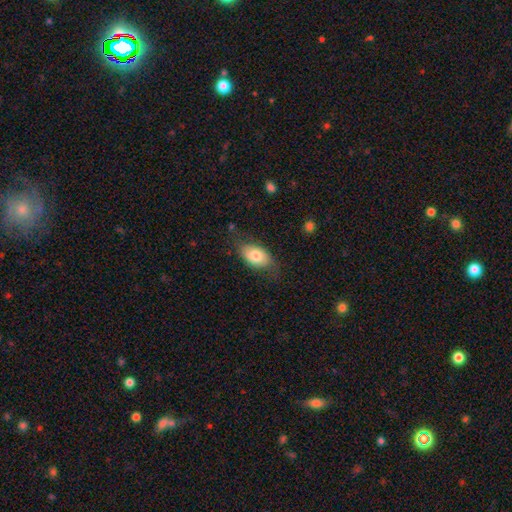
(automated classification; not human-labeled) Smooth or featured? smooth (76%)
How rounded? in between (91%)
Merging? none (69%)